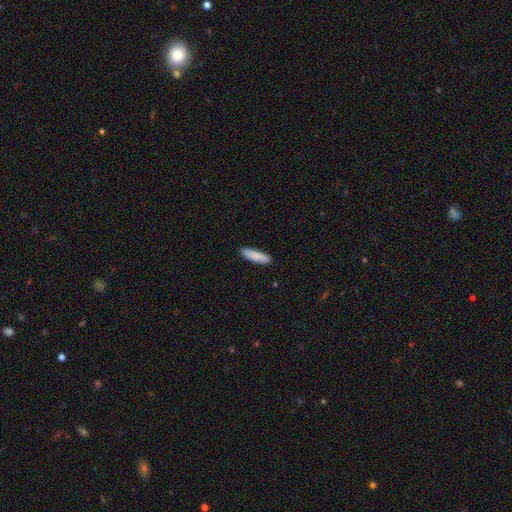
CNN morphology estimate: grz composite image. It shows a smooth galaxy with no disk features (87%) that is cigar-shaped (68%). Merging: none (89%).